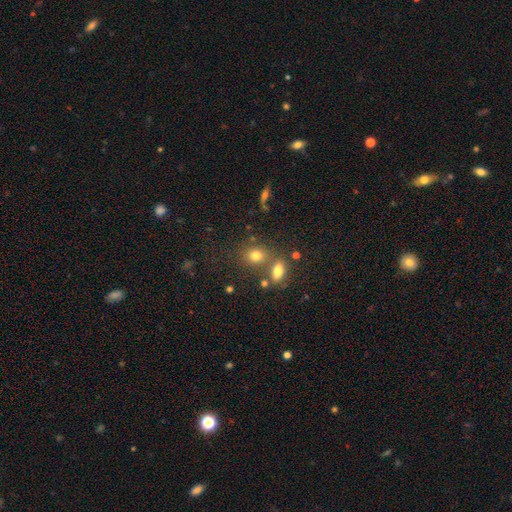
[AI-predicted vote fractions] A smooth galaxy with no disk features (76%) that is round (58%).

Vote fractions:
- Smooth or featured? smooth: 76% / star or artifact: 14% / featured or disk: 10%
- How rounded? round: 58% / in between: 40% / cigar-shaped: 2%
- Merging? none: 62% / merger: 24% / minor disturbance: 10% / major disturbance: 4%